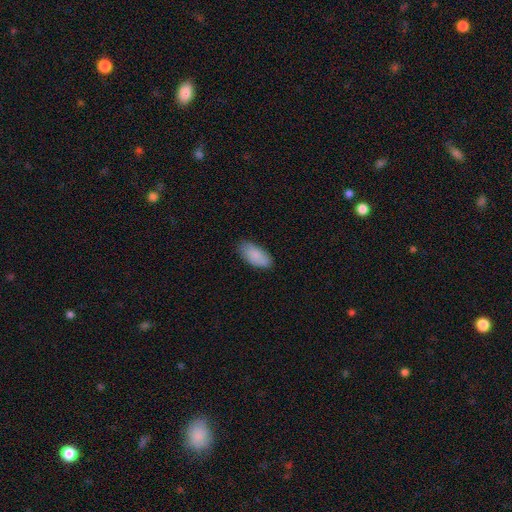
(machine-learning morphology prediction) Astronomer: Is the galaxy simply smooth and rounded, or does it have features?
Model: smooth — 87%.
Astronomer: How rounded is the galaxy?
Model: in between — 91%.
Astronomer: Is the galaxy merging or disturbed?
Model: none — 82%.